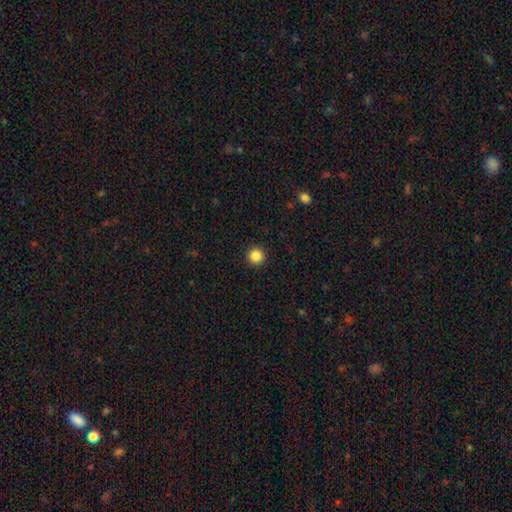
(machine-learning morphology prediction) smooth-or-featured: smooth: 86% | star or artifact: 11% | featured or disk: 3%
  how-rounded: round: 96% | in between: 3% | cigar-shaped: 1%
  merging: none: 93% | minor disturbance: 4% | major disturbance: 2% | merger: 1%